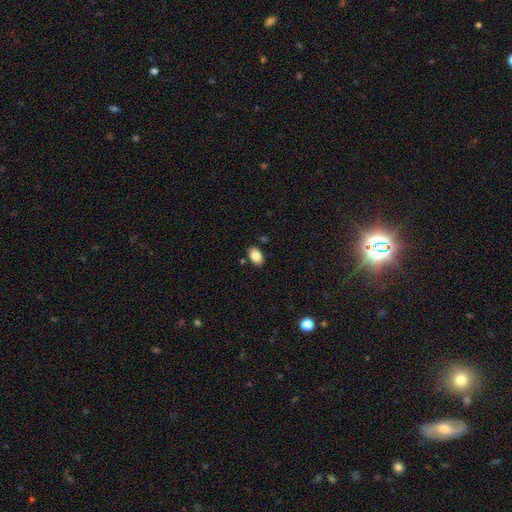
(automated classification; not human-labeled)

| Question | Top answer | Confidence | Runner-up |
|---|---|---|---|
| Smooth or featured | smooth | 86% | star or artifact (8%) |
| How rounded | in between | 90% | round (9%) |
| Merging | none | 84% | minor disturbance (10%) |